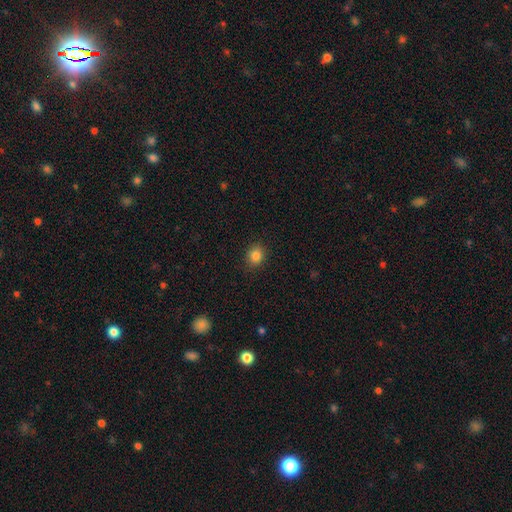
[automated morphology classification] Smooth or featured? smooth (84%)
How rounded? round (70%)
Merging? none (89%)